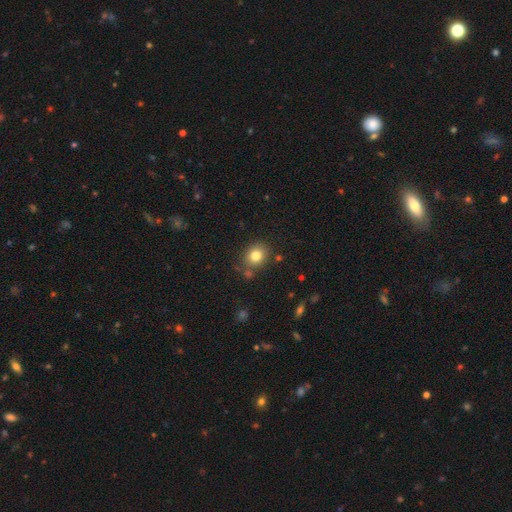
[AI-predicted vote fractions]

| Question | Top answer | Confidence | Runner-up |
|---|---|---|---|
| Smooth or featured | smooth | 80% | star or artifact (11%) |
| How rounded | round | 68% | in between (31%) |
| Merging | none | 77% | minor disturbance (12%) |